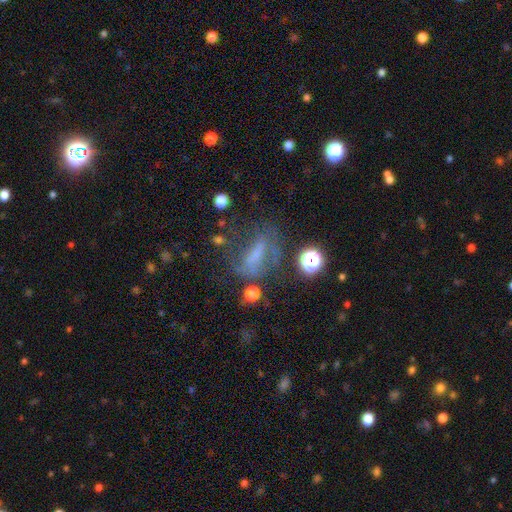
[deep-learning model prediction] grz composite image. It shows a featured or disk galaxy (39%). Merging: none (44%).